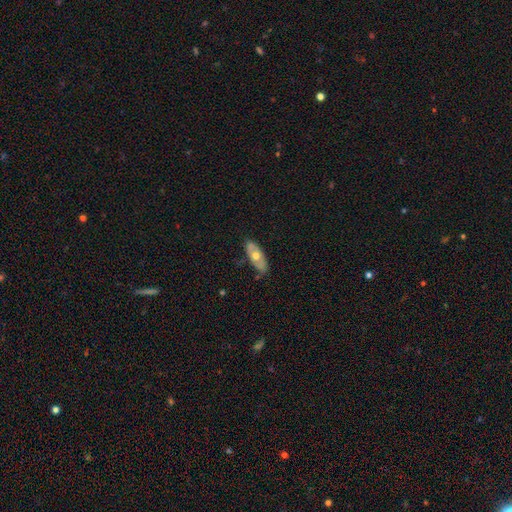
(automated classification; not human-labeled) This is possibly a featured or disk galaxy (49%). Merging: likely none (79%).